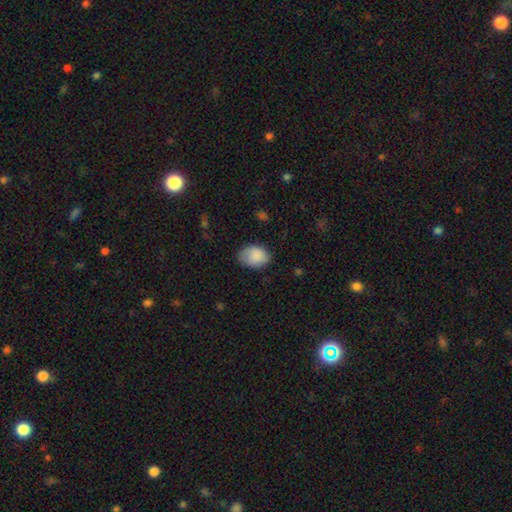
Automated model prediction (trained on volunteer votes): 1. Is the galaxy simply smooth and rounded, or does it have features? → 87% smooth, 7% featured or disk, 6% star or artifact.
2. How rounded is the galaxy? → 78% in between, 21% round, 1% cigar-shaped.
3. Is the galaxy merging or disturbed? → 73% none, 22% minor disturbance, 4% major disturbance, 1% merger.